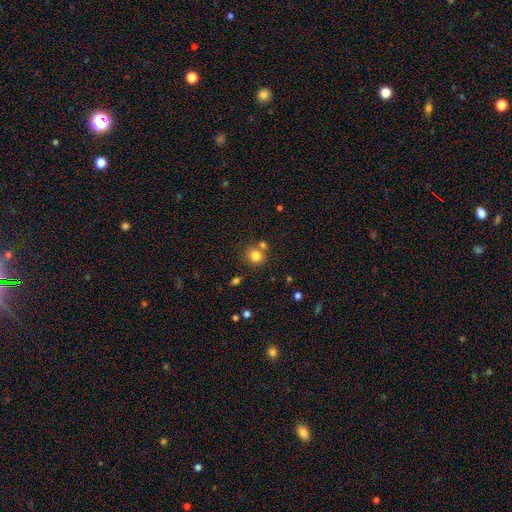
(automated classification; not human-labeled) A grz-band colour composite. It shows a smooth galaxy with no disk features (81%) that is round (87%). Merging: none (69%).